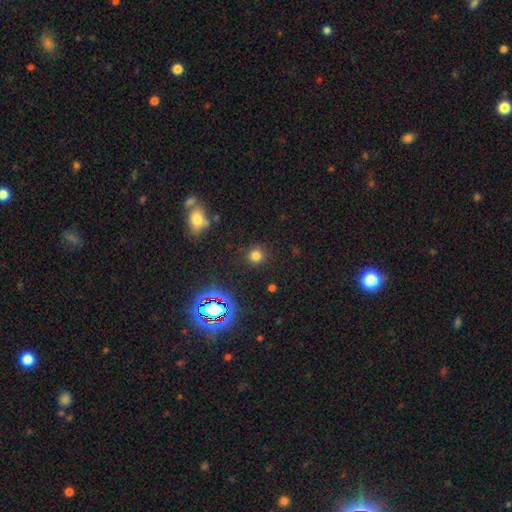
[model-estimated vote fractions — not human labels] Morphology: type=smooth (73%); roundness=round (91%); merging=none (88%).